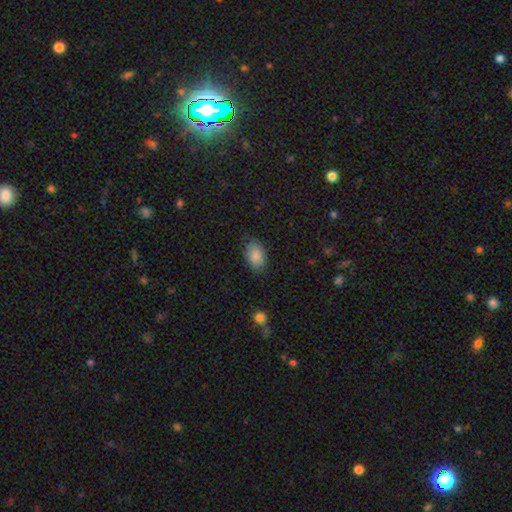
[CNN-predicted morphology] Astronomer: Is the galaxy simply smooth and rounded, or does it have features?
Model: smooth — 87%.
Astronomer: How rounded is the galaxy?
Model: in between — 86%.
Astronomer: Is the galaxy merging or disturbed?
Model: none — 80%.